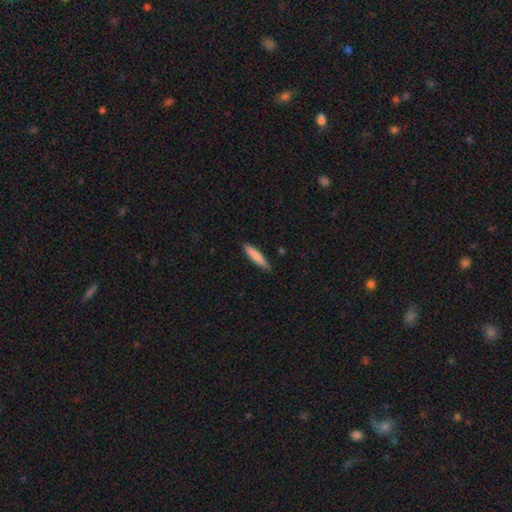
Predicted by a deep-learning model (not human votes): A smooth galaxy with no disk features (81%) that is cigar-shaped (86%).

Vote fractions:
- Smooth or featured? smooth: 81% / featured or disk: 14% / star or artifact: 5%
- How rounded? cigar-shaped: 86% / in between: 13% / round: 1%
- Merging? none: 86% / minor disturbance: 11% / major disturbance: 2% / merger: 1%